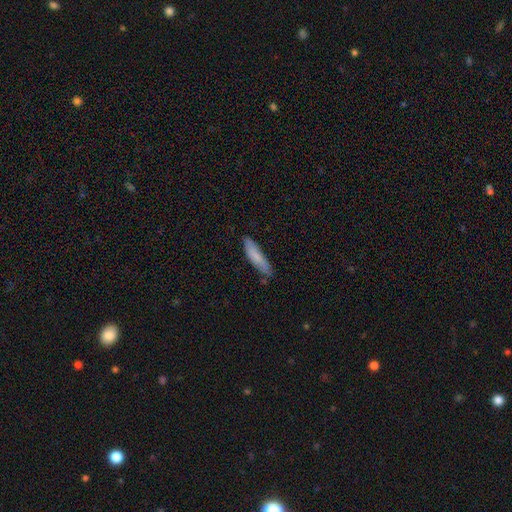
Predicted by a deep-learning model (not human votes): Overall: smooth (77%). How rounded: cigar-shaped (79%). Merging: none (78%).